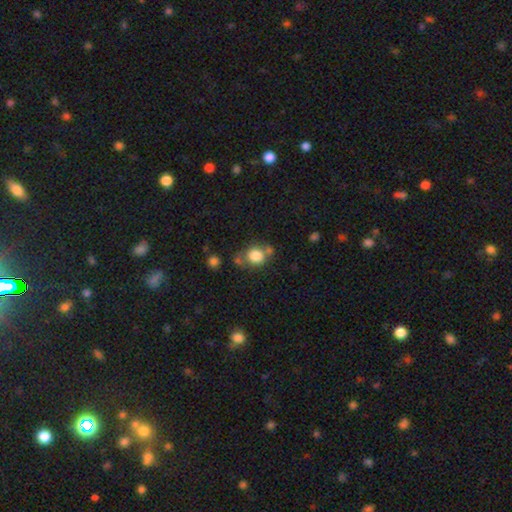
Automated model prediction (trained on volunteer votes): This is clearly a smooth galaxy (81%). How rounded: likely round (75%). Merging: possibly none (59%).